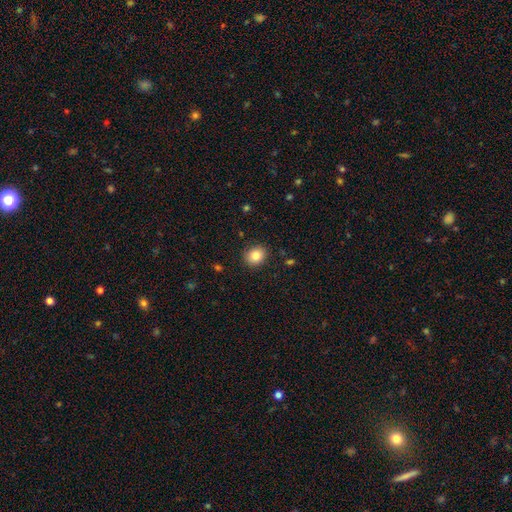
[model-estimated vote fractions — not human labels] The model was most divided on "how rounded": round: 67%, in between: 32%, cigar-shaped: 1%. More confident: merging — none (88%); smooth or featured — smooth (83%).